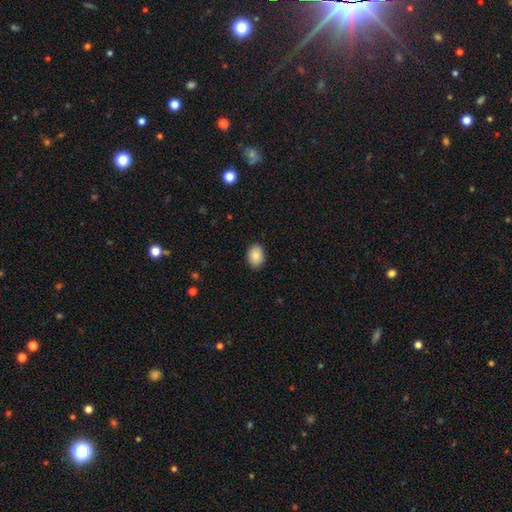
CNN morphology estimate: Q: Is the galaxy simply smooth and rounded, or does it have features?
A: smooth — 88%.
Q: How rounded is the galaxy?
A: in between — 72%.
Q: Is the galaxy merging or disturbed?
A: none — 89%.